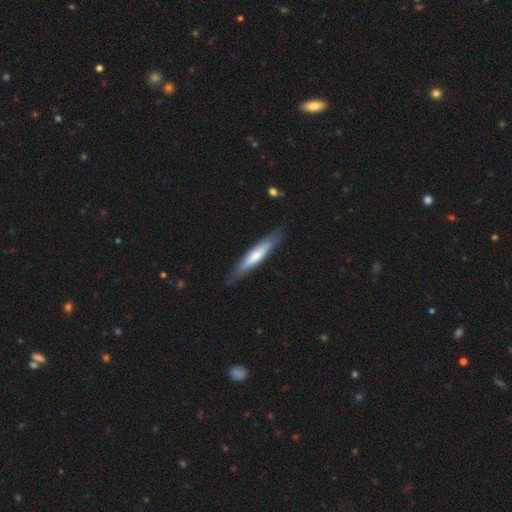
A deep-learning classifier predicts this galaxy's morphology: A smooth galaxy with no disk features (57%) that is cigar-shaped (88%).

Vote fractions:
- Smooth or featured? smooth: 57% / featured or disk: 39% / star or artifact: 5%
- How rounded? cigar-shaped: 88% / in between: 11% / round: 1%
- Merging? none: 84% / minor disturbance: 13% / major disturbance: 3% / merger: 1%